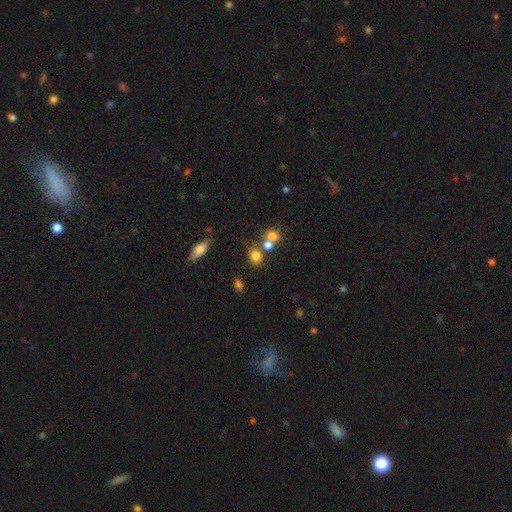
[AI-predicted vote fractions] Overall: smooth (75%). How rounded: round (68%; in between 31%). Merging: none (55%; merger 31%).